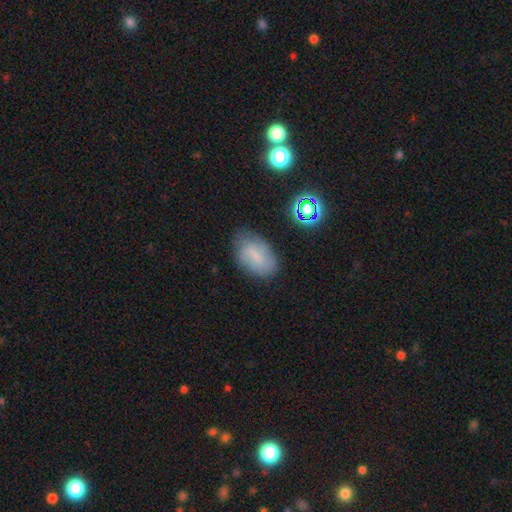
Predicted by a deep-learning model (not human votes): This appears to be a smooth galaxy with no disk features (68%) that is in between round and cigar-shaped (90%). Merging: none (69%).